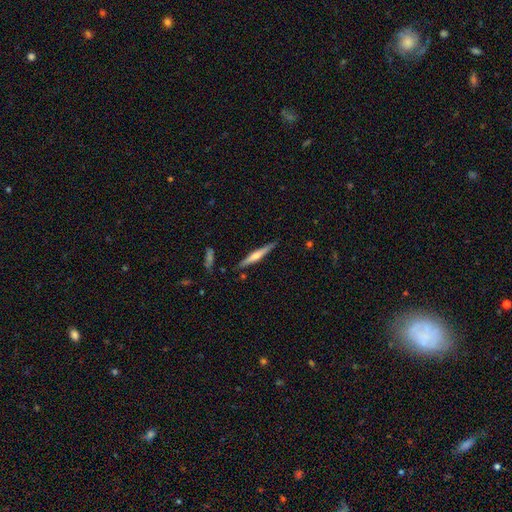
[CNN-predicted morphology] Smooth or featured? featured or disk (59%)
Edge-on disk? yes (97%)
Edge-on bulge? rounded (79%)
Merging? none (87%)